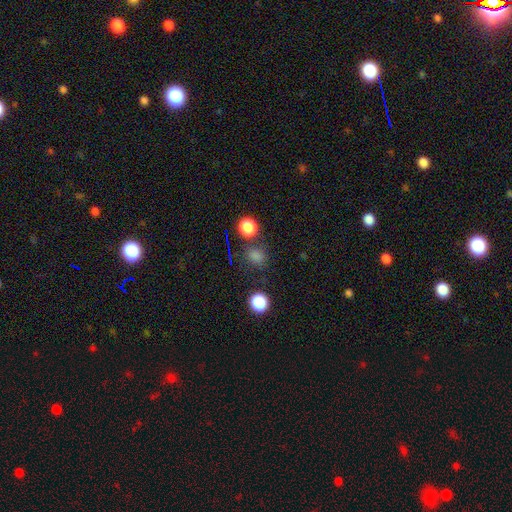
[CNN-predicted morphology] smooth 70%, star or artifact 24%, featured or disk 6%. Down the decision tree: how rounded — round (71%); merging — none (72%).